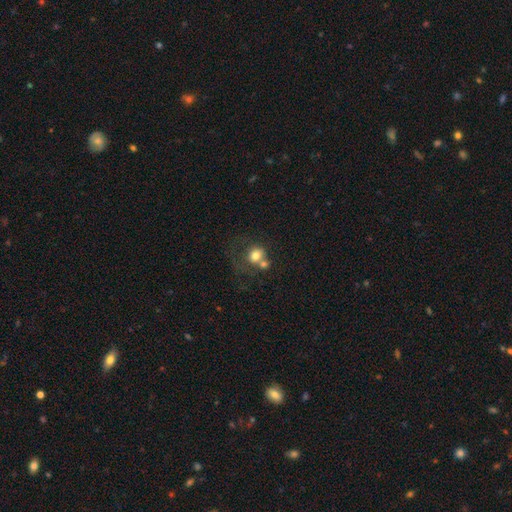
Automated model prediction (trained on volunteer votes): Morphology: type=smooth (72%); roundness=round (71%); merging=merger (49%).